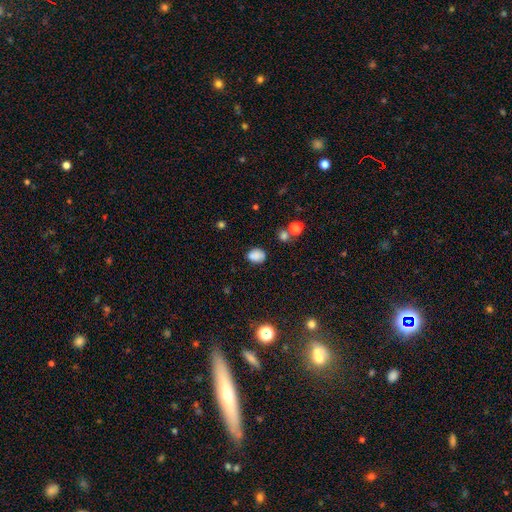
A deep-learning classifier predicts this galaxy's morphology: Smooth or featured?
  - smooth: 81% *
  - star or artifact: 12%
  - featured or disk: 7%
How rounded?
  - in between: 61% *
  - round: 38%
  - cigar-shaped: 1%
Merging?
  - none: 70% *
  - minor disturbance: 21%
  - major disturbance: 5%
  - merger: 5%